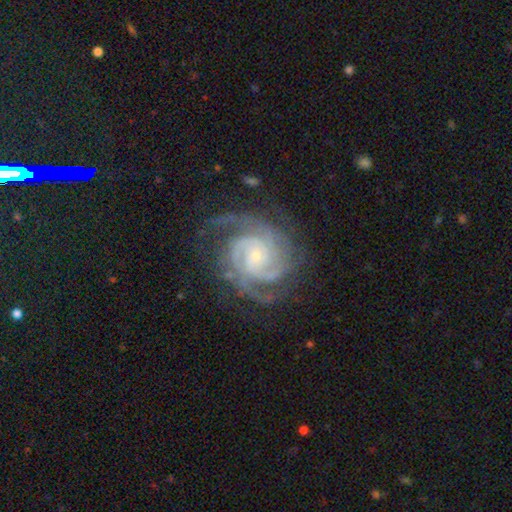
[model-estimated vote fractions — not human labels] A featured or disk galaxy (92%) with no bar (70%), 3 (32%) tight (69%) spiral arms (98%) and a small central bulge (80%). Merging: none (74%).